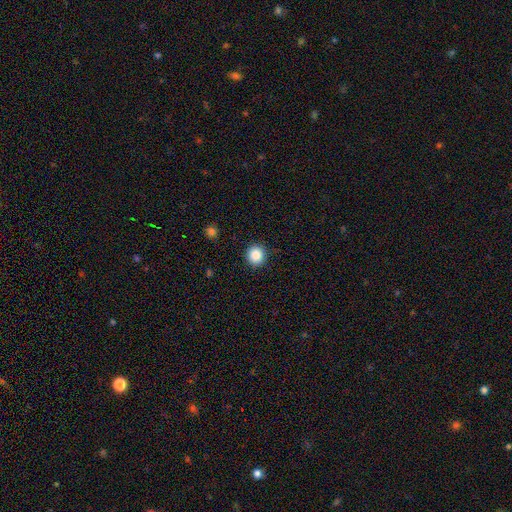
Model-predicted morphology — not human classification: This appears to be a smooth galaxy with no disk features (87%) that is round (92%). Merging: none (91%).